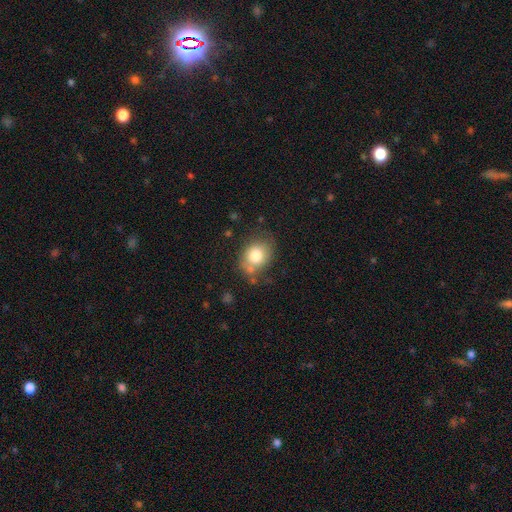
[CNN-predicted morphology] smooth 77%, featured or disk 14%, star or artifact 9%. Down the decision tree: how rounded — round (53%); merging — none (61%).